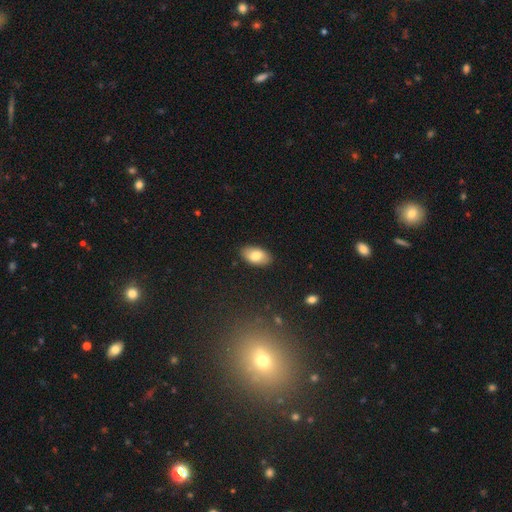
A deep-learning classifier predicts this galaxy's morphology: The model was most divided on "smooth or featured": smooth: 79%, featured or disk: 14%, star or artifact: 7%. More confident: how rounded — in between (94%); merging — none (88%).